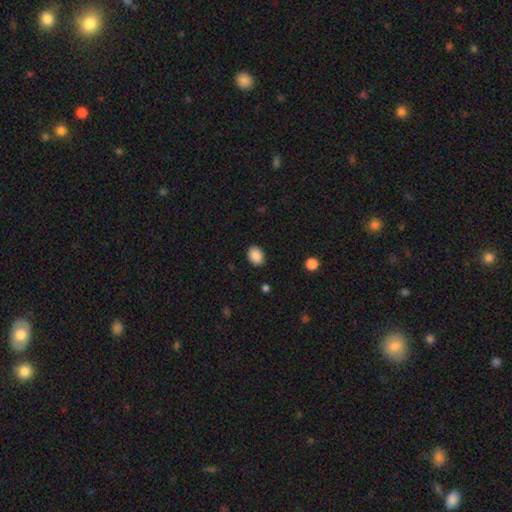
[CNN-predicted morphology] type=smooth (88%); roundness=in between (67%); merging=none (88%).